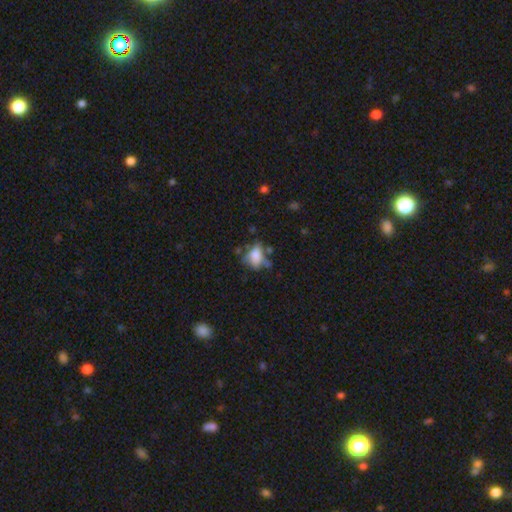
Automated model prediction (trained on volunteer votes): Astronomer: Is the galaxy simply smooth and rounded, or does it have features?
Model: smooth — 70%.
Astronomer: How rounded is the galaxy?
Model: in between — 77%.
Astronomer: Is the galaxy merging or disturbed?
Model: none — 38% (runner-up: minor disturbance, 27%).